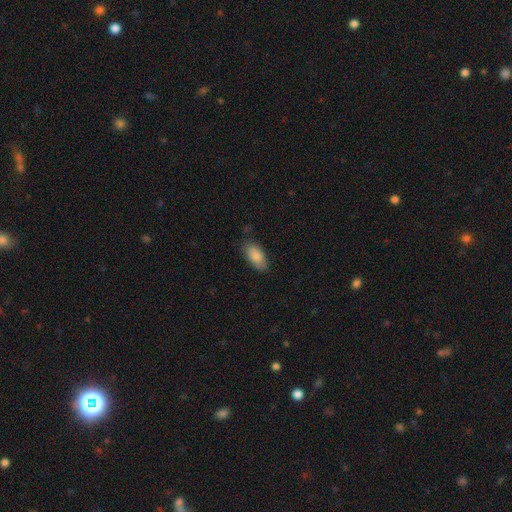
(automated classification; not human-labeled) Smooth or featured? Predicted: smooth (p=0.88). How rounded? Predicted: in between (p=0.91). Merging? Predicted: none (p=0.79).